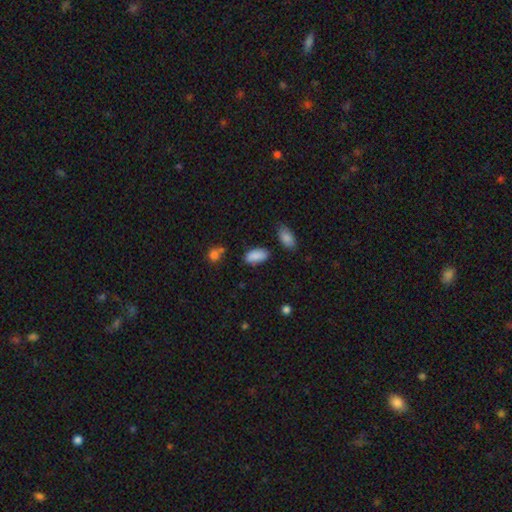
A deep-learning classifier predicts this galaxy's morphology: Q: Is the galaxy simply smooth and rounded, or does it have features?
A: smooth — 87%.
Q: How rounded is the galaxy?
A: in between — 93%.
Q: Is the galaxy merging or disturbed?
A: none — 76%.